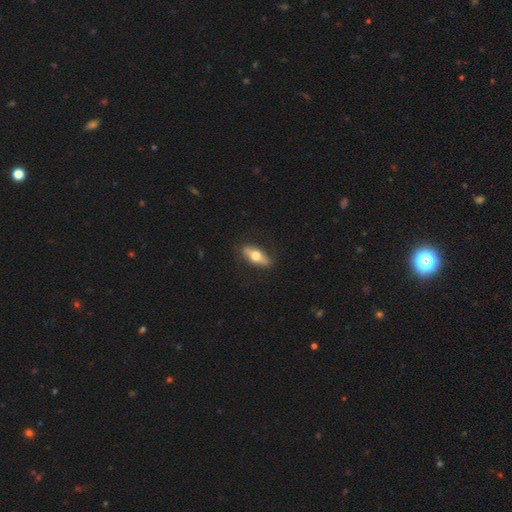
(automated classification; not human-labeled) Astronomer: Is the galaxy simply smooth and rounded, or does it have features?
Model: smooth — 51% (runner-up: featured or disk, 43%).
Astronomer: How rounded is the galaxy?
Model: in between — 63%.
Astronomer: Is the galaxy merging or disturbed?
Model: none — 86%.